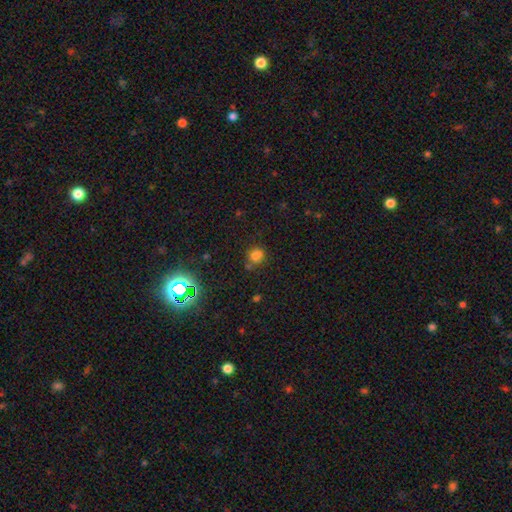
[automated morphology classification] smooth_or_featured: smooth (p=0.67) [alt: star or artifact p=0.22]
how_rounded: round (p=0.72) [alt: in between p=0.27]
merging: none (p=0.53) [alt: merger p=0.25]